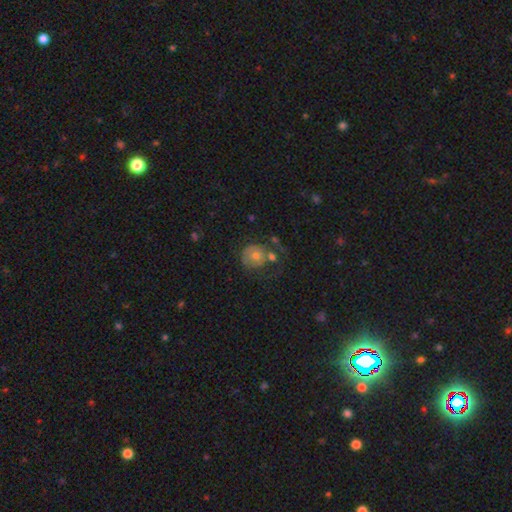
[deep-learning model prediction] smooth_or_featured: smooth (p=0.53) [alt: featured or disk p=0.38]
how_rounded: round (p=0.82) [alt: in between p=0.17]
merging: none (p=0.38) [alt: merger p=0.22]